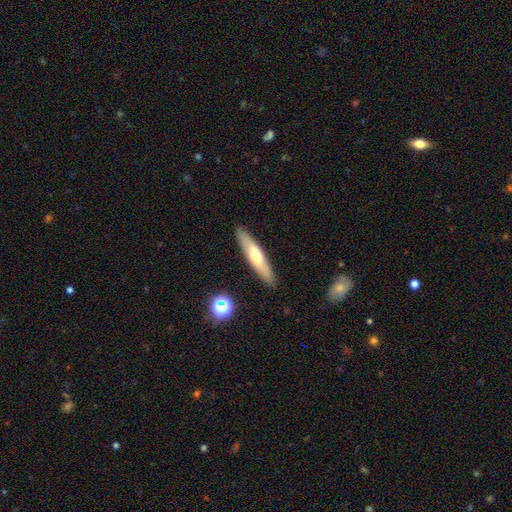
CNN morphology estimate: Smooth or featured?
  - smooth: 52% *
  - featured or disk: 42%
  - star or artifact: 6%
How rounded?
  - cigar-shaped: 82% *
  - in between: 16%
  - round: 2%
Merging?
  - none: 89% *
  - minor disturbance: 8%
  - major disturbance: 2%
  - merger: 1%